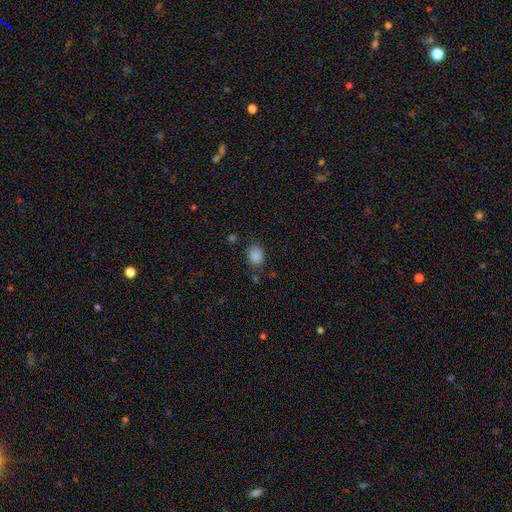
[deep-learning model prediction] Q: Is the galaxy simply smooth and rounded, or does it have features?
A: smooth — 86%.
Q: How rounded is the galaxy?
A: in between — 50%.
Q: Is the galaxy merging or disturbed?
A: none — 76%.